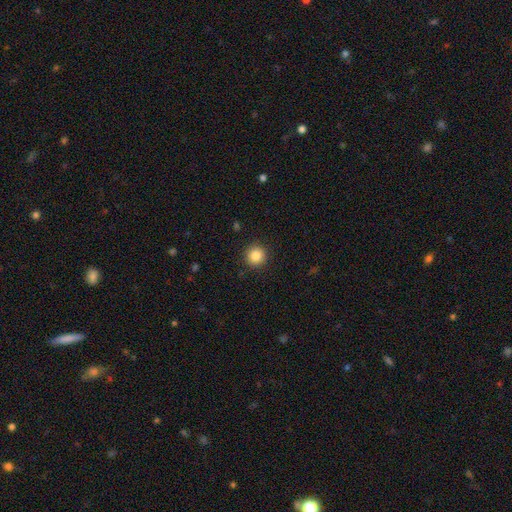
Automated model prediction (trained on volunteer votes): The model was most divided on "smooth or featured": smooth: 86%, star or artifact: 10%, featured or disk: 4%. More confident: how rounded — round (94%); merging — none (92%).